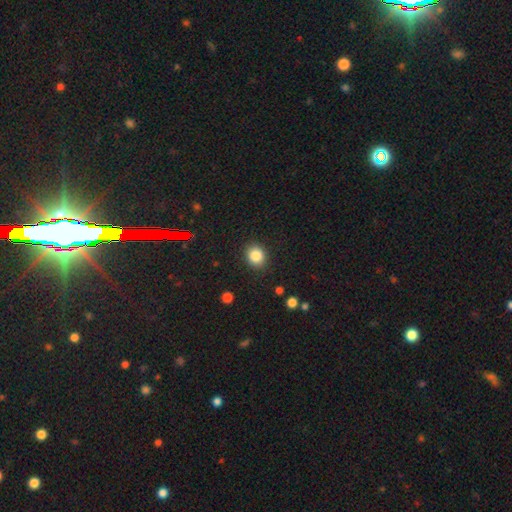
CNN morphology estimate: The model was most divided on "how rounded": round: 65%, in between: 34%, cigar-shaped: 1%. More confident: merging — none (88%); smooth or featured — smooth (85%).